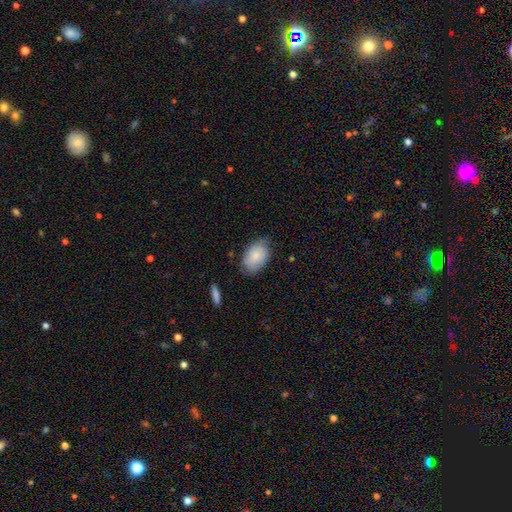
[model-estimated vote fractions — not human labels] smooth_or_featured: smooth (p=0.82) [alt: featured or disk p=0.12]
how_rounded: in between (p=0.90) [alt: round p=0.09]
merging: none (p=0.68) [alt: minor disturbance p=0.25]